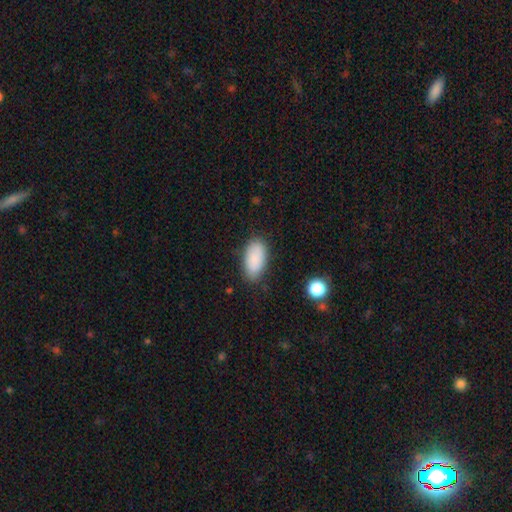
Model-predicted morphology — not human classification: A smooth galaxy with no disk features (88%) that is in between round and cigar-shaped (94%). Merging: none (82%).